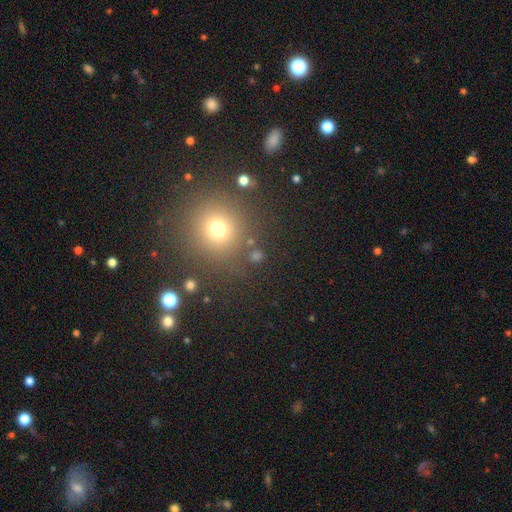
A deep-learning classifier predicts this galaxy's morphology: This appears to be a smooth galaxy with no disk features (62%) that is round (91%). Merging: none (83%).